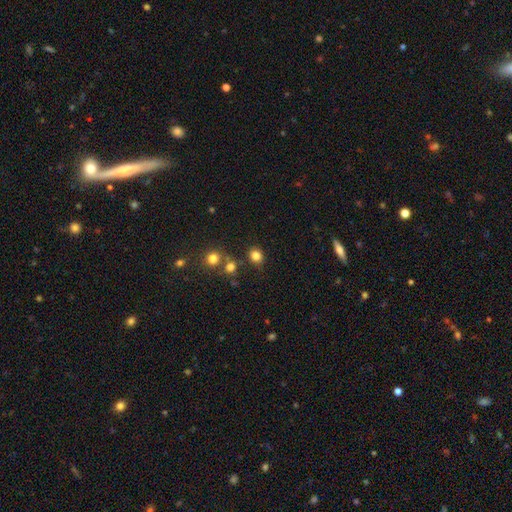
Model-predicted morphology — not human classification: This appears to be a smooth galaxy with no disk features (81%) that is round (70%). Merging: none (79%).